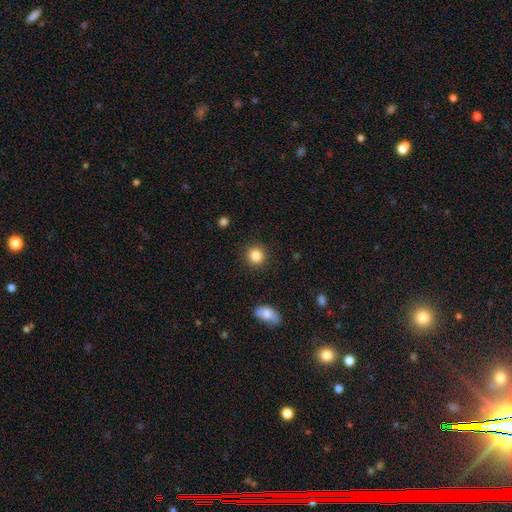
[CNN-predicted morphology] The model was most divided on "smooth or featured": smooth: 86%, star or artifact: 9%, featured or disk: 5%. More confident: how rounded — round (91%); merging — none (91%).